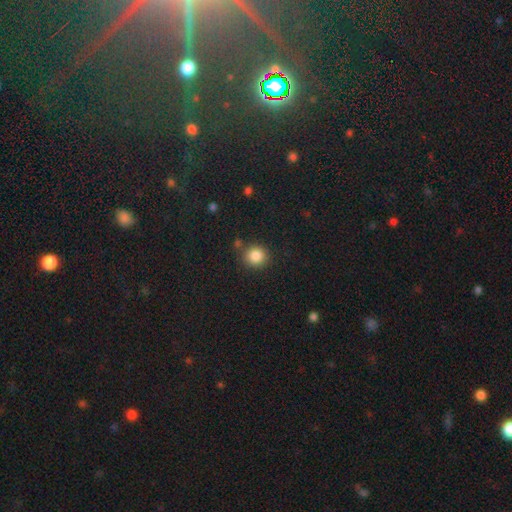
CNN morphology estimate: A smooth galaxy with no disk features (85%) that is round (90%). Merging: none (84%).